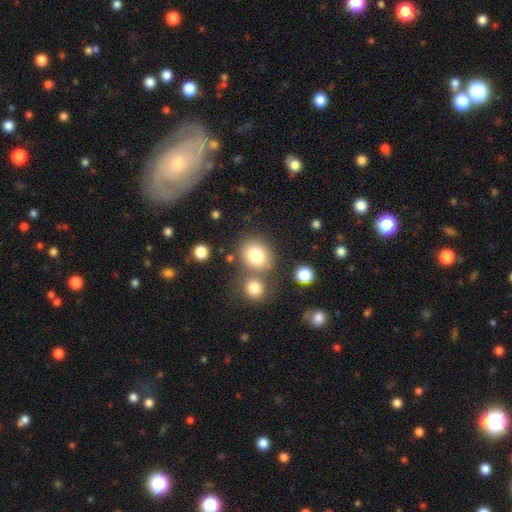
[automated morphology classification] Smooth or featured?
  - smooth: 79% *
  - star or artifact: 11%
  - featured or disk: 9%
How rounded?
  - round: 76% *
  - in between: 24%
  - cigar-shaped: 1%
Merging?
  - none: 65% *
  - merger: 21%
  - minor disturbance: 10%
  - major disturbance: 4%